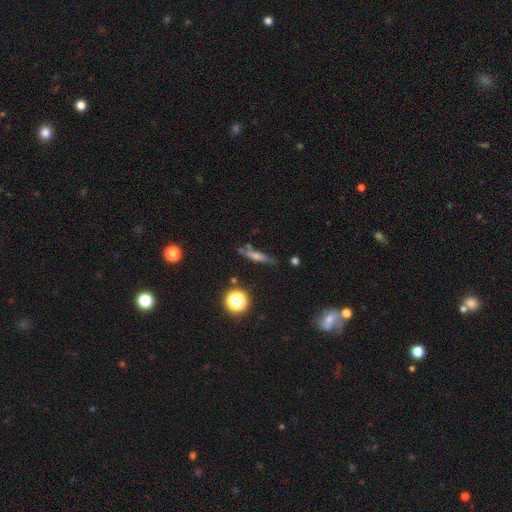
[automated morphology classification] A featured or disk galaxy (43%). Merging: none (73%).